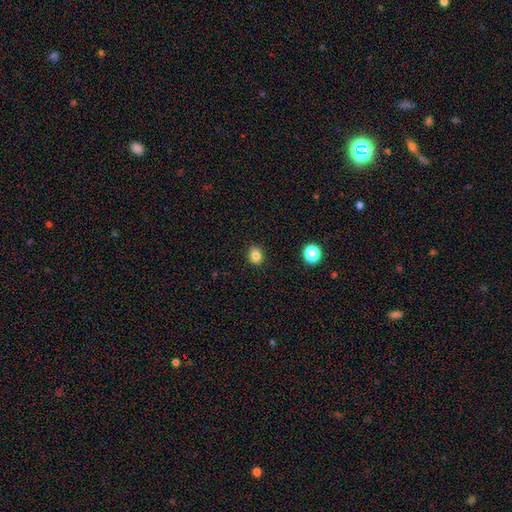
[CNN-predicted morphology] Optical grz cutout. It shows a smooth galaxy with no disk features (82%) that is round (63%). Merging: none (89%).